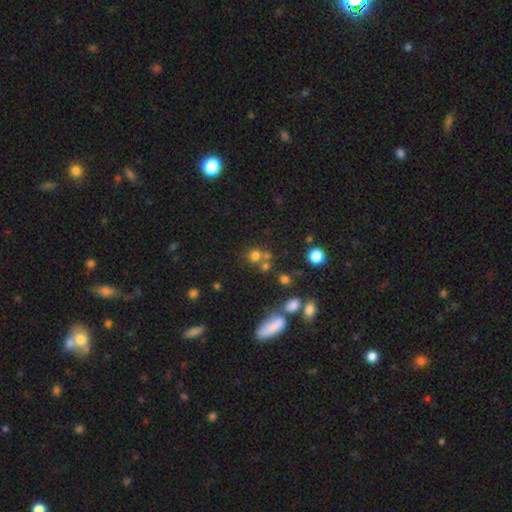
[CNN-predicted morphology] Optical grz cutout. It shows a smooth galaxy with no disk features (67%) that is round (84%). Merging: none (56%).